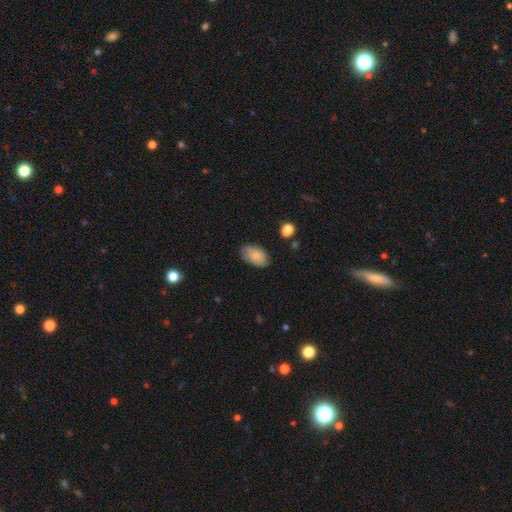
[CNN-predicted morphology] smooth 84%, featured or disk 9%, star or artifact 7%. Down the decision tree: how rounded — in between (93%); merging — none (79%).